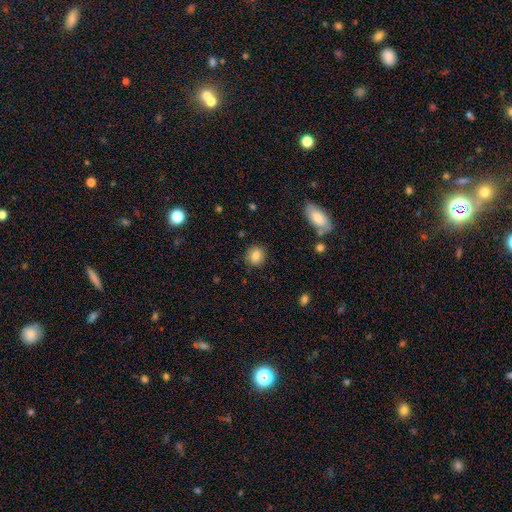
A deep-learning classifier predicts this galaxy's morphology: A smooth galaxy with no disk features (80%) that is round (82%). Merging: none (87%).